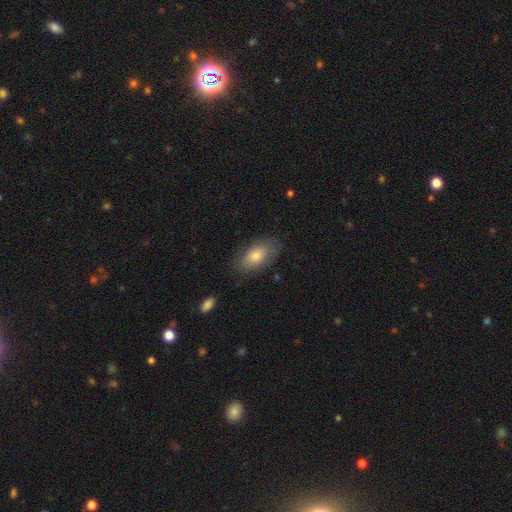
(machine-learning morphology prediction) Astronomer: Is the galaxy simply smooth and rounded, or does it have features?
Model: smooth — 76%.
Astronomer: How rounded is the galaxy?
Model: in between — 91%.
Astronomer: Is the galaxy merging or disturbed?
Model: none — 79%.